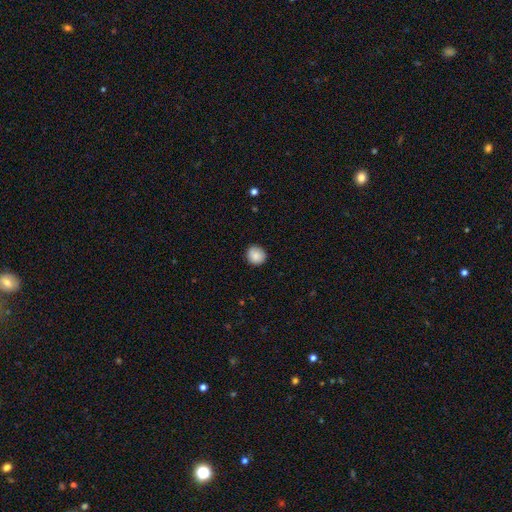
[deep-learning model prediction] A smooth galaxy with no disk features (87%) that is round (88%). Merging: none (88%).